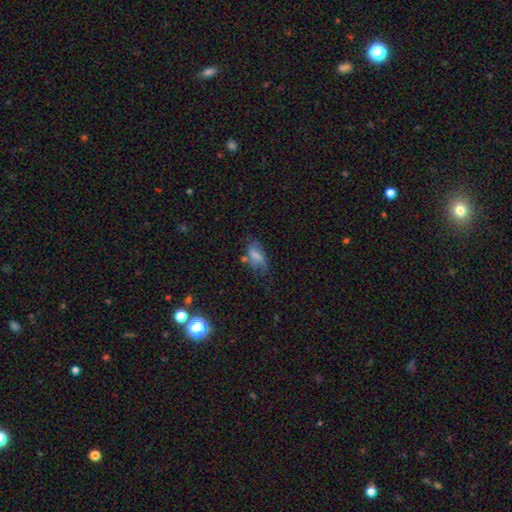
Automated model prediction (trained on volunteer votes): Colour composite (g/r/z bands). It shows a smooth galaxy with no disk features (60%) that is in between round and cigar-shaped (87%). Merging: none (39%).